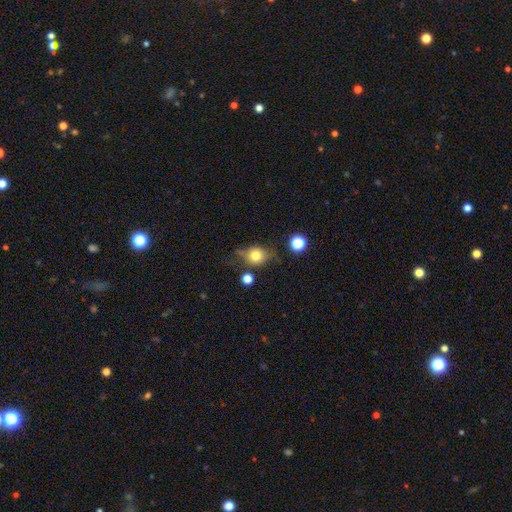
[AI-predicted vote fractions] A smooth galaxy with no disk features (70%) that is round (61%). Merging: none (59%).